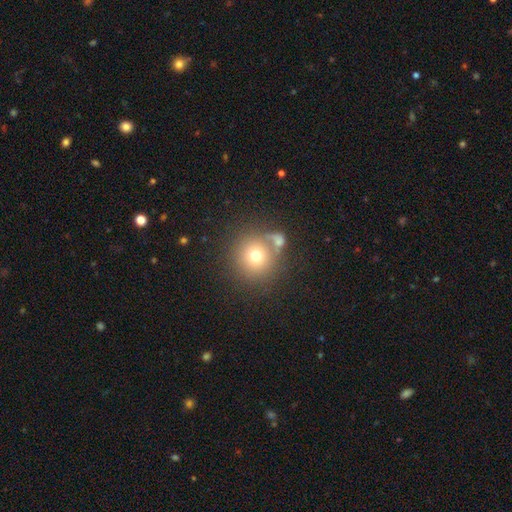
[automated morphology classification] Smooth or featured? Predicted: smooth (p=0.71). How rounded? Predicted: round (p=0.92). Merging? Predicted: none (p=0.63).